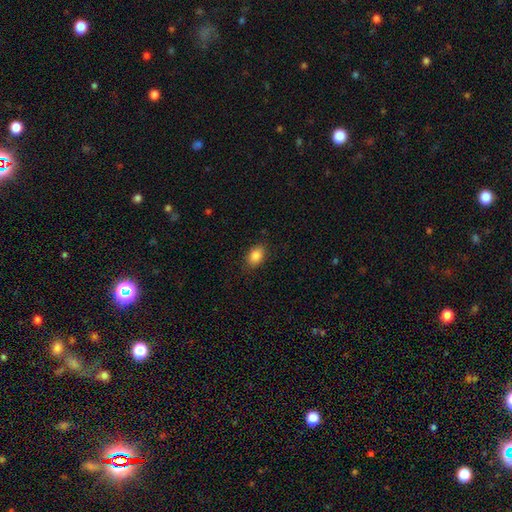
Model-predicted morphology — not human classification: Smooth or featured? Predicted: smooth (p=0.86). How rounded? Predicted: in between (p=0.82). Merging? Predicted: none (p=0.85).